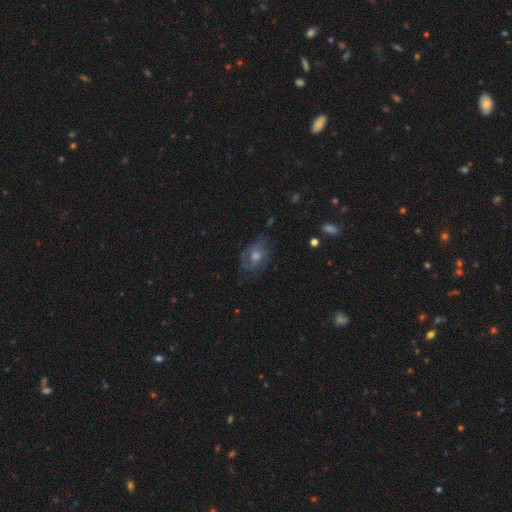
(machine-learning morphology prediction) Smooth or featured: featured or disk — 54% (smooth — 30%)
Edge-on disk: no — 95% (yes — 5%)
Bar: no — 76% (weak — 20%)
Spiral arms: yes — 72% (no — 28%)
Bulge size: moderate — 58% (small — 20%)
Merging: none — 67% (minor disturbance — 21%)